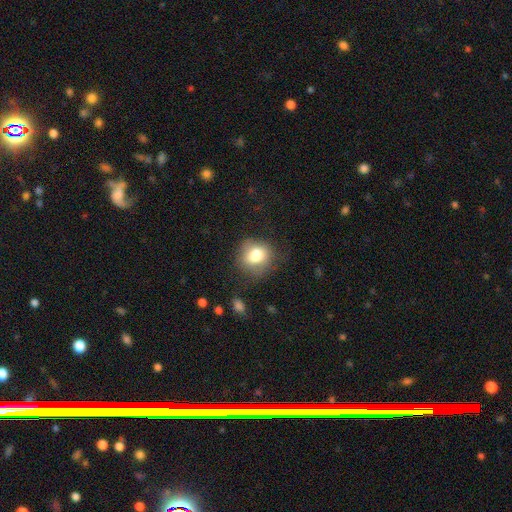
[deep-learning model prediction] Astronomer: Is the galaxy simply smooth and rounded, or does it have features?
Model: smooth — 78%.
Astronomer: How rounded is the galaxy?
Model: round — 67%.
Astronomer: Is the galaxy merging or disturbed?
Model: none — 65%.